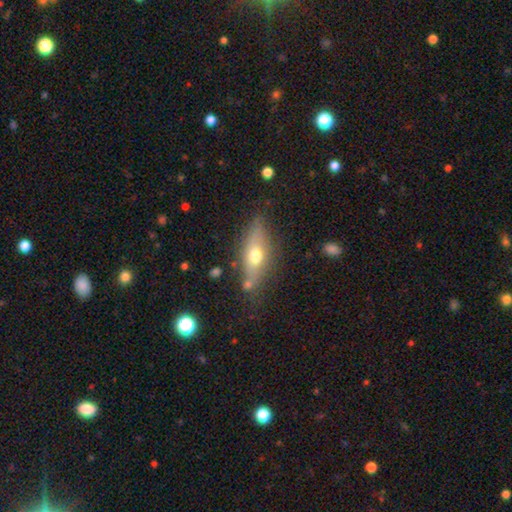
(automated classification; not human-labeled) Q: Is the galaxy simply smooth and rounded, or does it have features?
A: smooth — 55%.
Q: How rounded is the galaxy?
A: in between — 56%.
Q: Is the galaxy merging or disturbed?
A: none — 74%.